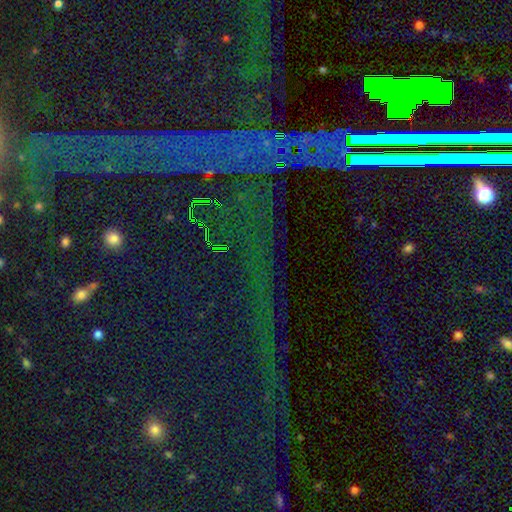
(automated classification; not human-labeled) A star or artifact, not a galaxy (82%).